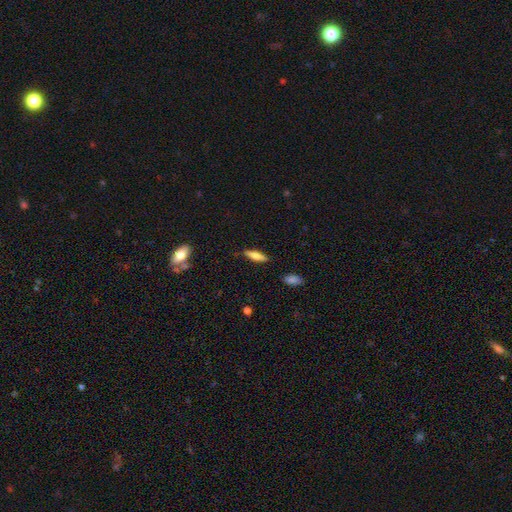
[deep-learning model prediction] smooth 66%, featured or disk 27%, star or artifact 7%. Down the decision tree: how rounded — cigar-shaped (63%); merging — none (86%).